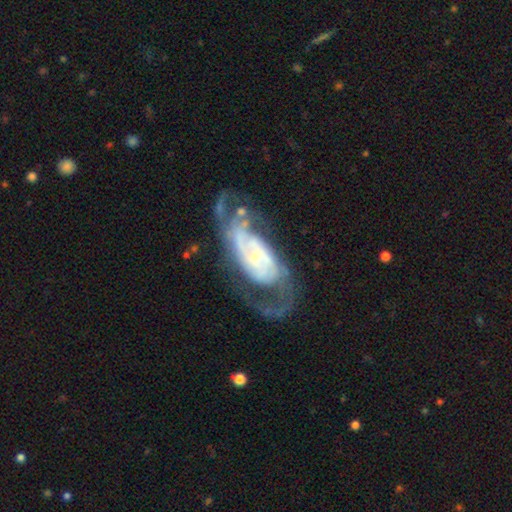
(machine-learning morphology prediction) This is clearly a featured or disk galaxy (84%). It is clearly not viewed edge-on (94%). Bar: possibly no (58%). Spiral arm pattern: clearly yes (90%). Spiral arm count: possibly 2 (50%). Spiral winding: marginally medium (41%). Central bulge: likely small (70%). Merging: possibly none (46%).